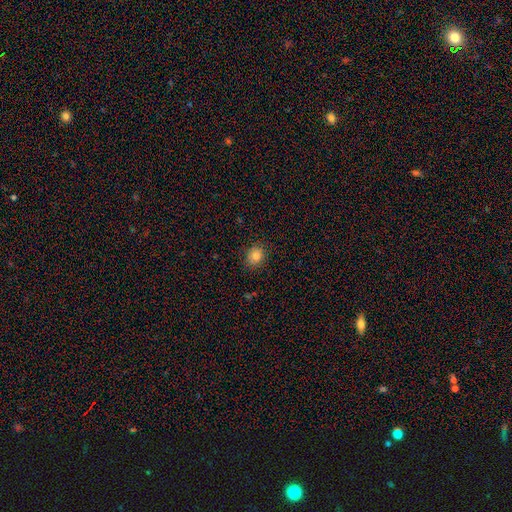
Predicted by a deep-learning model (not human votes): This is clearly a smooth galaxy (82%). How rounded: likely round (69%). Merging: clearly none (87%).